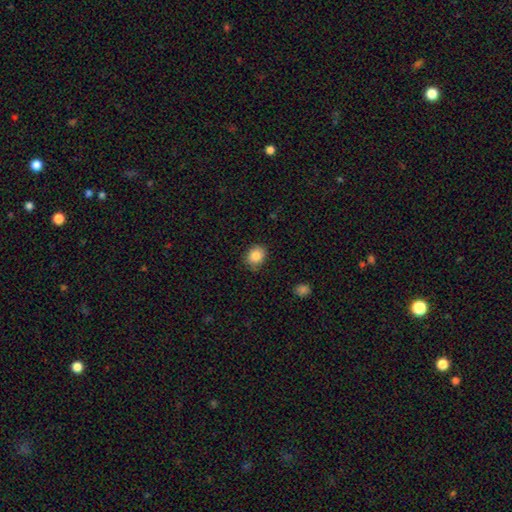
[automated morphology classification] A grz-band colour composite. It shows a smooth galaxy with no disk features (86%) that is round (57%). Merging: none (84%).